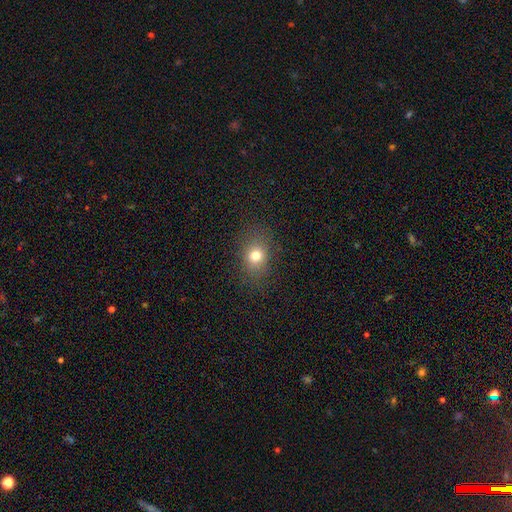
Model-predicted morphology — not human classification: smooth 76%, star or artifact 14%, featured or disk 9%. Down the decision tree: how rounded — round (52%); merging — none (84%).